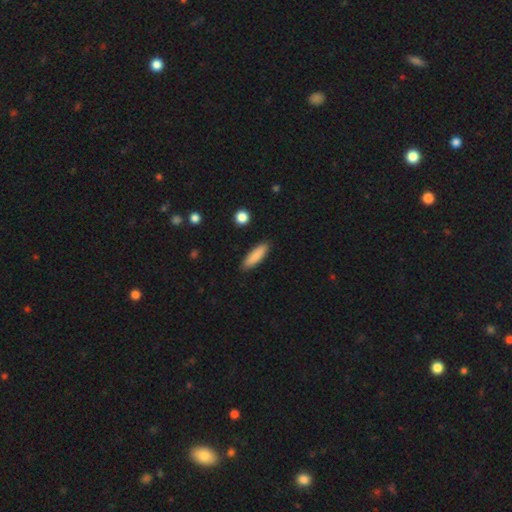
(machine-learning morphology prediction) Smooth or featured: smooth — 86% (featured or disk — 7%)
How rounded: cigar-shaped — 61% (in between — 37%)
Merging: none — 89% (minor disturbance — 8%)